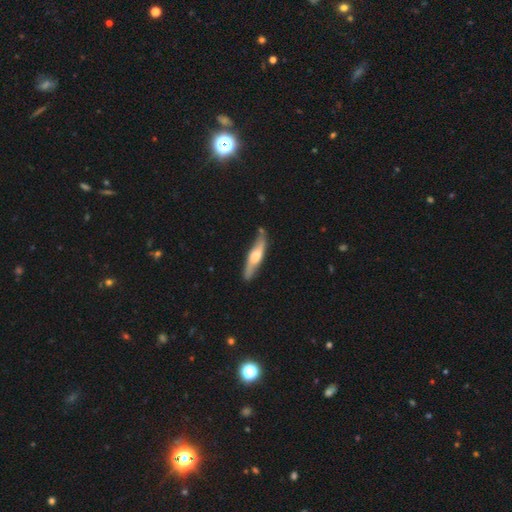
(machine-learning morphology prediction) Smooth or featured?
  - featured or disk: 56% *
  - smooth: 39%
  - star or artifact: 5%
Edge-on disk?
  - yes: 76% *
  - no: 24%
Merging?
  - none: 79% *
  - minor disturbance: 15%
  - merger: 3%
  - major disturbance: 3%